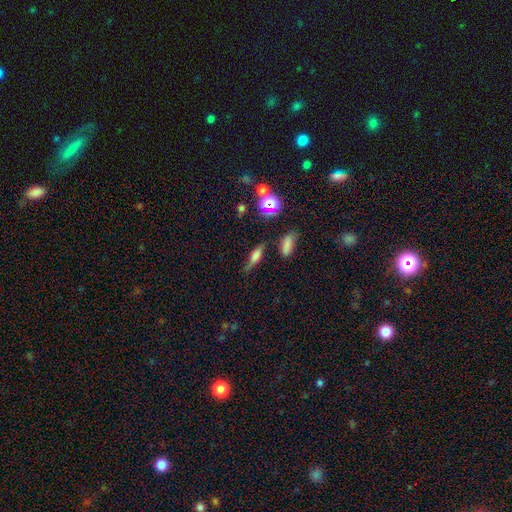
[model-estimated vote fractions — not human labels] Smooth or featured: smooth — 52% (featured or disk — 32%)
How rounded: in between — 46% (tied with cigar-shaped — 46%)
Merging: none — 65% (minor disturbance — 22%)